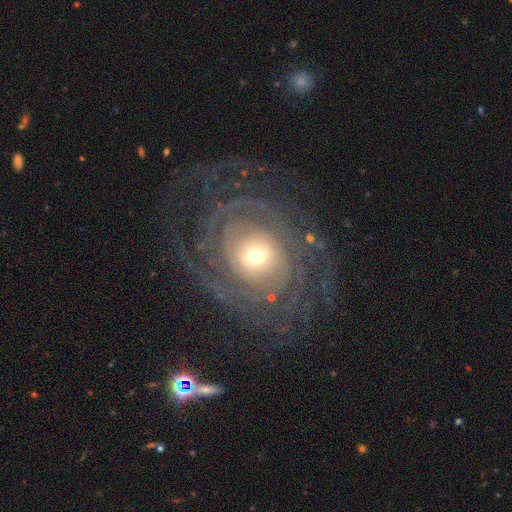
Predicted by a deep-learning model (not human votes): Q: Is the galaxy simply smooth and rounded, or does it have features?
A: featured or disk — 88%.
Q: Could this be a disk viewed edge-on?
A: no — 97%.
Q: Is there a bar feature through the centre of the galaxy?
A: no — 55%.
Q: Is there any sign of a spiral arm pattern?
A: yes — 95%.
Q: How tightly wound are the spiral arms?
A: tight — 68%.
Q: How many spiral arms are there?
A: can't tell — 27%.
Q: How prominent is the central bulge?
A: moderate — 54%.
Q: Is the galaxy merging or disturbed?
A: none — 75%.